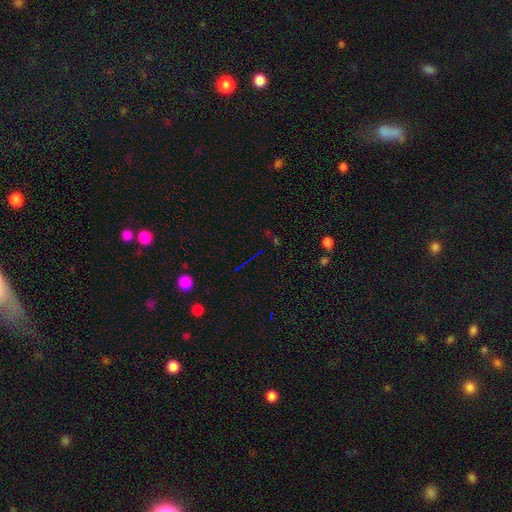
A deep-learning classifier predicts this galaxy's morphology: type=star or artifact (67%).